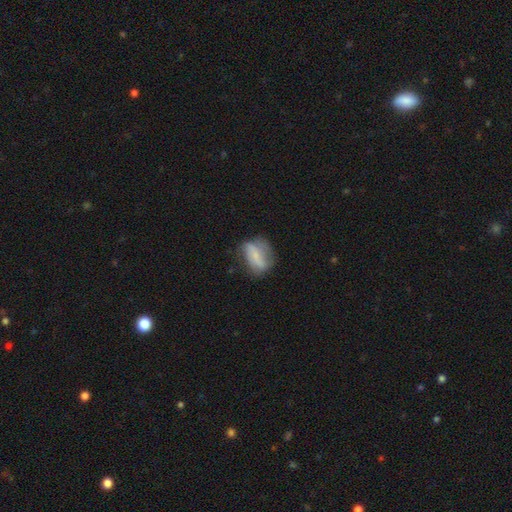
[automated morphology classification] Smooth or featured? Predicted: smooth (p=0.47). Merging? Predicted: none (p=0.50).